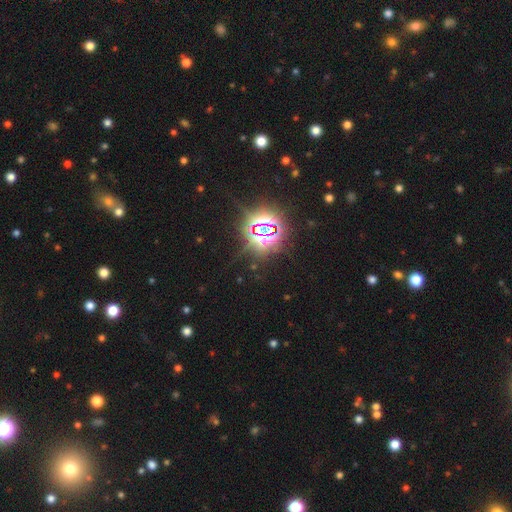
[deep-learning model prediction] Smooth or featured?
  - star or artifact: 72% *
  - smooth: 22%
  - featured or disk: 6%